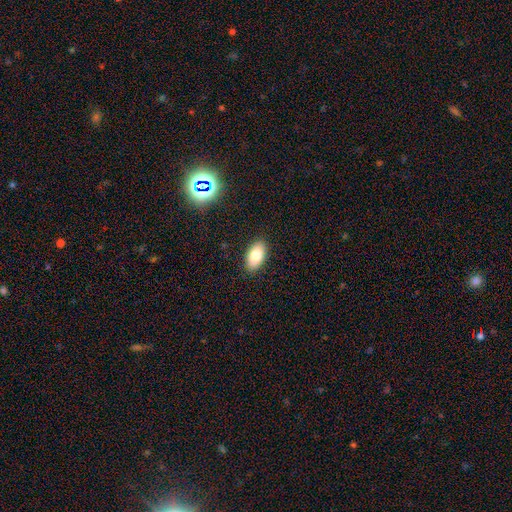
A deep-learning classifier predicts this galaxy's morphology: This is clearly a smooth galaxy (80%). How rounded: clearly in between (94%). Merging: clearly none (89%).